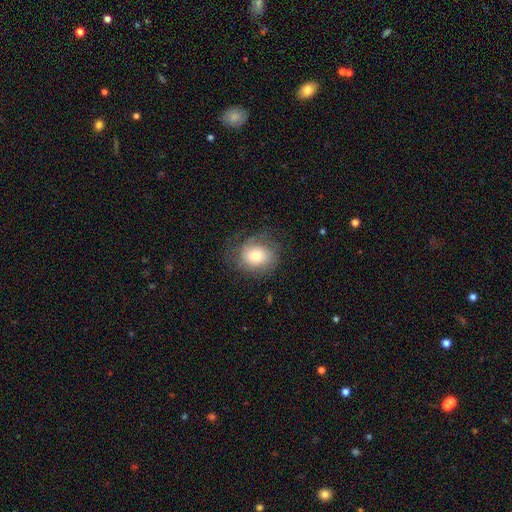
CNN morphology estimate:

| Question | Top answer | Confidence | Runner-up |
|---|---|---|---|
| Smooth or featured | smooth | 58% | featured or disk (34%) |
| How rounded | round | 62% | in between (37%) |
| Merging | none | 64% | minor disturbance (21%) |